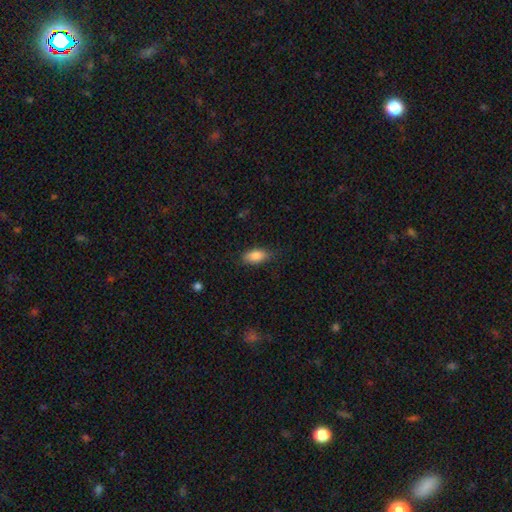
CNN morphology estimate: Q: Smooth or featured?
A: smooth (84%); runner-up: featured or disk (8%)
Q: How rounded?
A: in between (88%); runner-up: cigar-shaped (8%)
Q: Merging?
A: none (78%); runner-up: minor disturbance (17%)